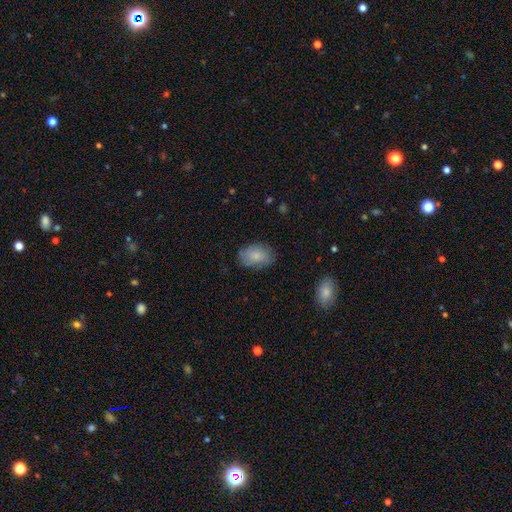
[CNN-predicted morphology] Smooth or featured: smooth — 81% (featured or disk — 12%)
How rounded: in between — 85% (round — 14%)
Merging: none — 72% (minor disturbance — 21%)